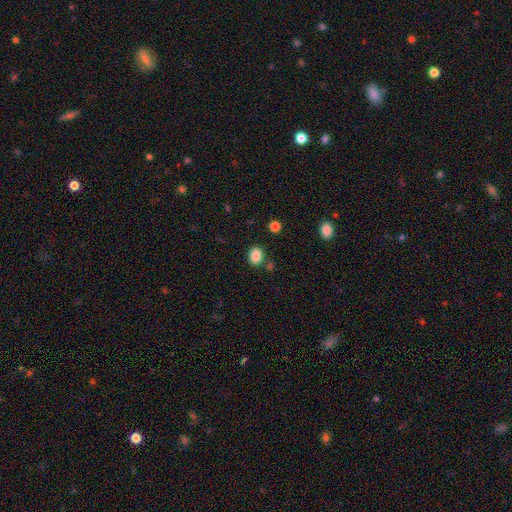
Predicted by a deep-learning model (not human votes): The model was most divided on "how rounded": in between: 58%, round: 41%, cigar-shaped: 1%. More confident: smooth or featured — smooth (86%); merging — none (80%).